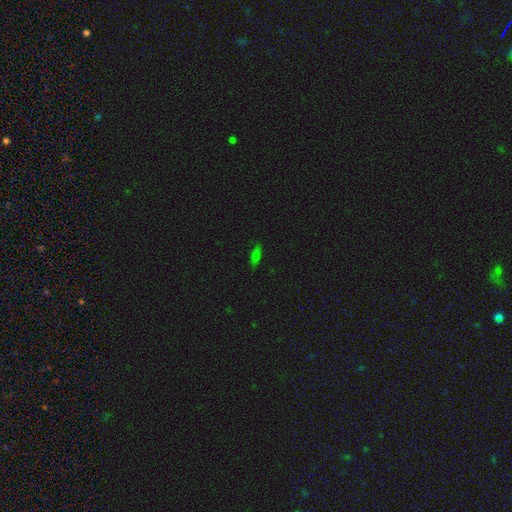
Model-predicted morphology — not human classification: Smooth or featured: smooth — 59% (featured or disk — 25%)
How rounded: in between — 51% (cigar-shaped — 44%)
Merging: none — 86% (minor disturbance — 11%)